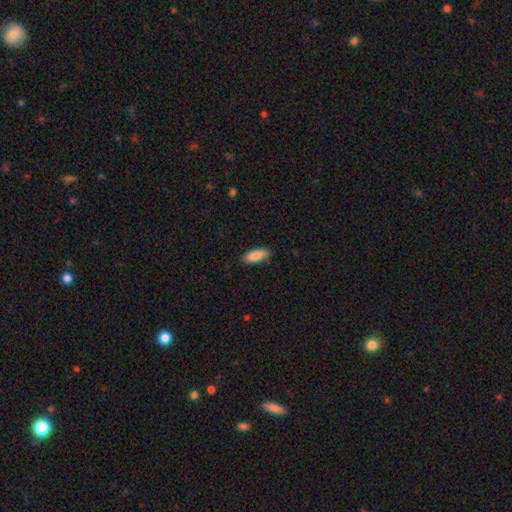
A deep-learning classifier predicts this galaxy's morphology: smooth_or_featured: smooth (p=0.89) [alt: star or artifact p=0.06]
how_rounded: in between (p=0.70) [alt: cigar-shaped p=0.29]
merging: none (p=0.83) [alt: minor disturbance p=0.14]